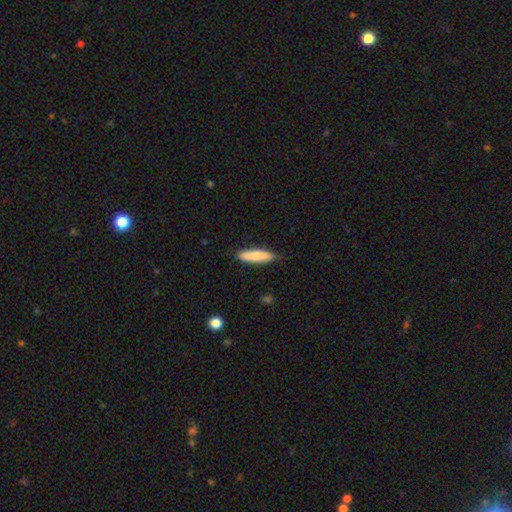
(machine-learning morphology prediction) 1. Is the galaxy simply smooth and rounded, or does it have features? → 78% smooth, 17% featured or disk, 5% star or artifact.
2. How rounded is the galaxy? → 71% cigar-shaped, 28% in between, 2% round.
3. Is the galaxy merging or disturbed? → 83% none, 14% minor disturbance, 2% major disturbance, 1% merger.